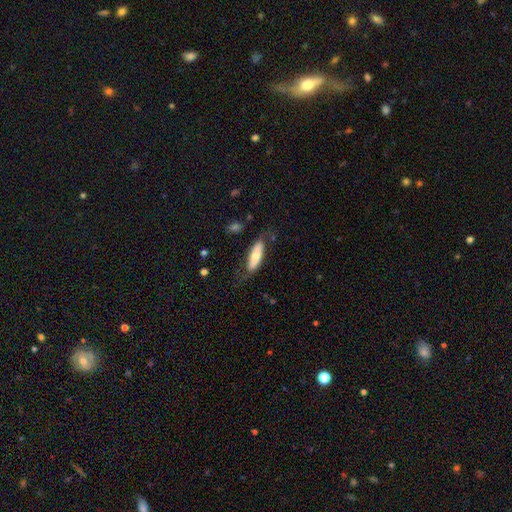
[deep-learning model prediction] A smooth galaxy with no disk features (59%) that is in between round and cigar-shaped (54%). Merging: none (66%).